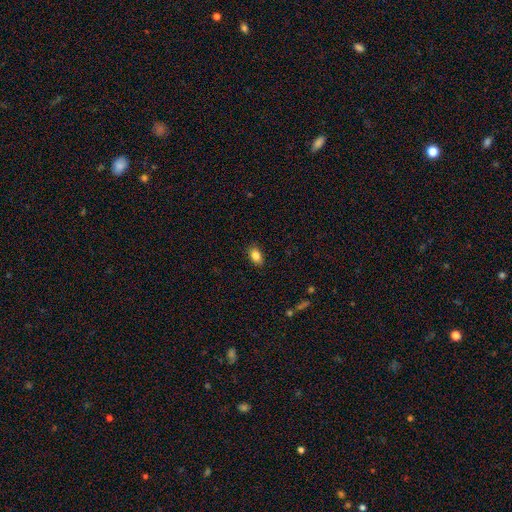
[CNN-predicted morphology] Smooth or featured?
  - smooth: 85% *
  - star or artifact: 9%
  - featured or disk: 6%
How rounded?
  - in between: 87% *
  - round: 11%
  - cigar-shaped: 2%
Merging?
  - none: 88% *
  - minor disturbance: 9%
  - major disturbance: 2%
  - merger: 1%